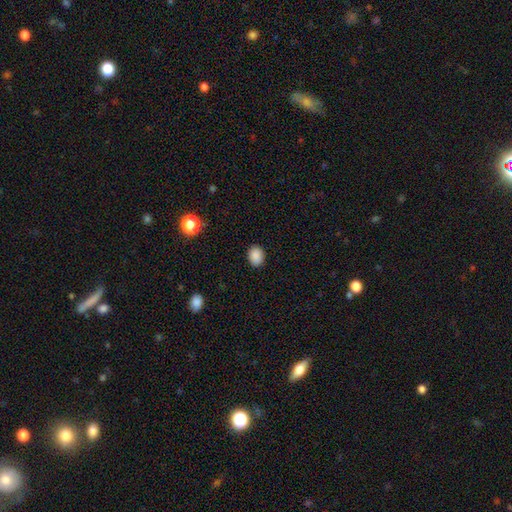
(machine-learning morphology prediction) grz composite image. It shows a smooth galaxy with no disk features (88%) that is in between round and cigar-shaped (61%). Merging: none (89%).